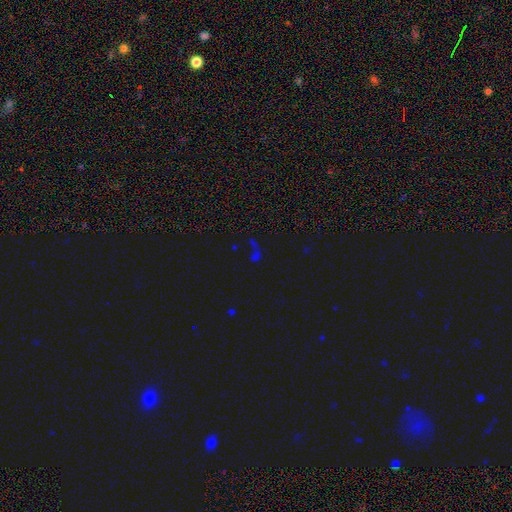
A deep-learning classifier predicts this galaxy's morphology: A star or artifact, not a galaxy (59%).